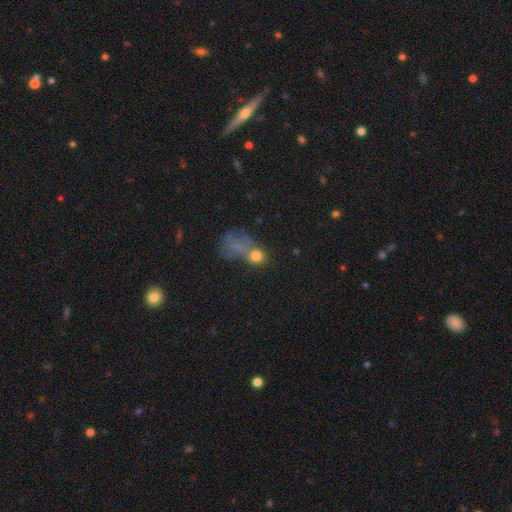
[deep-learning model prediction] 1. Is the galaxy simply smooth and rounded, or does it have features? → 68% smooth, 17% star or artifact, 16% featured or disk.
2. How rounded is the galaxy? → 68% round, 29% in between, 3% cigar-shaped.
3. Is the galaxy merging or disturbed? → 32% merger (tied), 32% none (tied), 23% major disturbance, 12% minor disturbance.